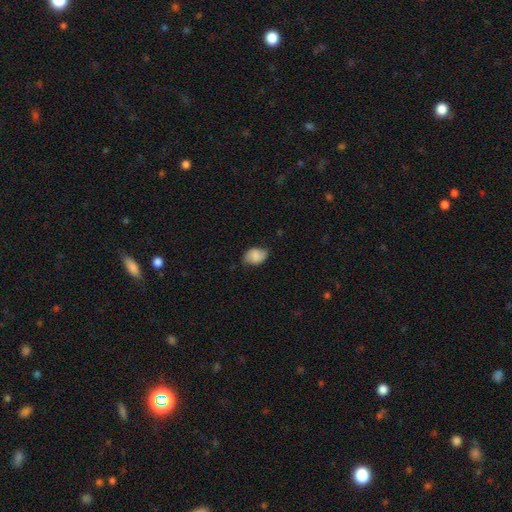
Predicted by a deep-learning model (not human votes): Smooth or featured? smooth (72%)
How rounded? in between (77%)
Merging? none (68%)